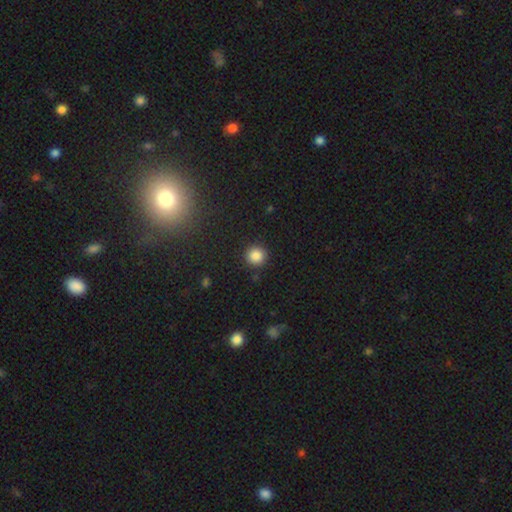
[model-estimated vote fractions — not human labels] Q: Smooth or featured?
A: smooth (85%); runner-up: star or artifact (11%)
Q: How rounded?
A: round (94%); runner-up: in between (5%)
Q: Merging?
A: none (90%); runner-up: minor disturbance (6%)